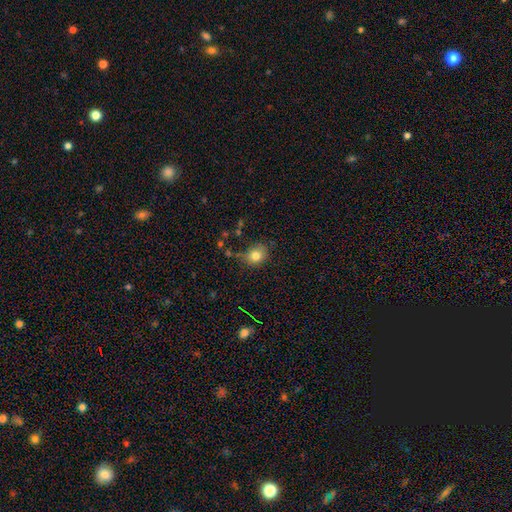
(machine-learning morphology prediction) Smooth or featured?
  - smooth: 80% *
  - star or artifact: 12%
  - featured or disk: 8%
How rounded?
  - round: 66% *
  - in between: 33%
  - cigar-shaped: 1%
Merging?
  - none: 68% *
  - minor disturbance: 22%
  - major disturbance: 6%
  - merger: 4%